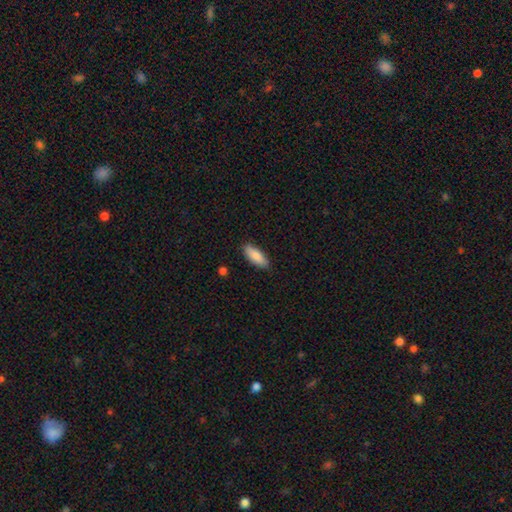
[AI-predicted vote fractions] Smooth or featured? Predicted: smooth (p=0.87). How rounded? Predicted: in between (p=0.73). Merging? Predicted: none (p=0.87).